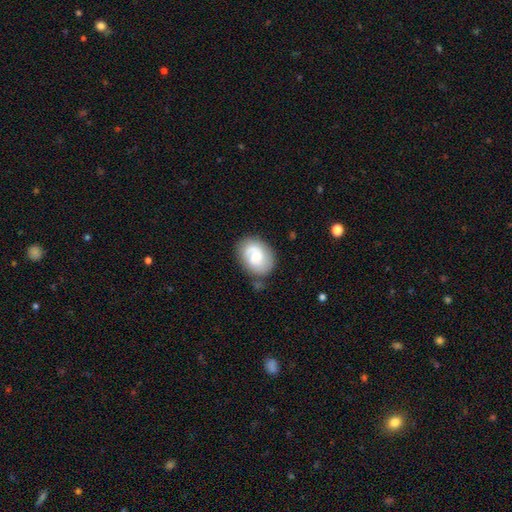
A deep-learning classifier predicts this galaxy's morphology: smooth-or-featured: featured or disk: 58% | smooth: 35% | star or artifact: 7%
  disk-edge-on: no: 97% | yes: 3%
    bar: no: 52% | weak: 41% | strong: 7%
    has-spiral-arms: yes: 88% | no: 12%
    bulge-size: moderate: 45% | small: 32% | large: 12% | none: 9% | dominant: 2%
  merging: none: 68% | minor disturbance: 20% | major disturbance: 8% | merger: 4%